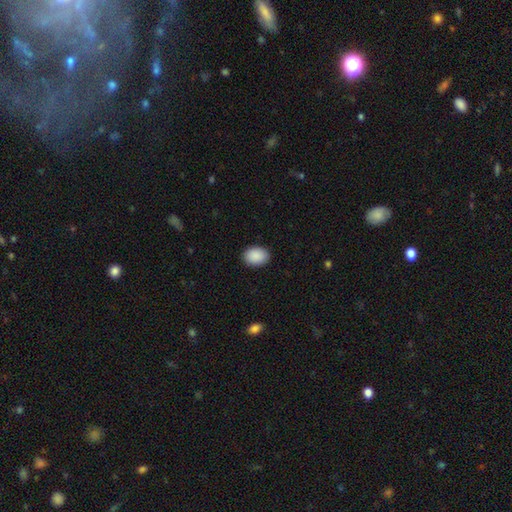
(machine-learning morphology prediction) This appears to be a smooth galaxy with no disk features (91%) that is in between round and cigar-shaped (78%). Merging: none (89%).